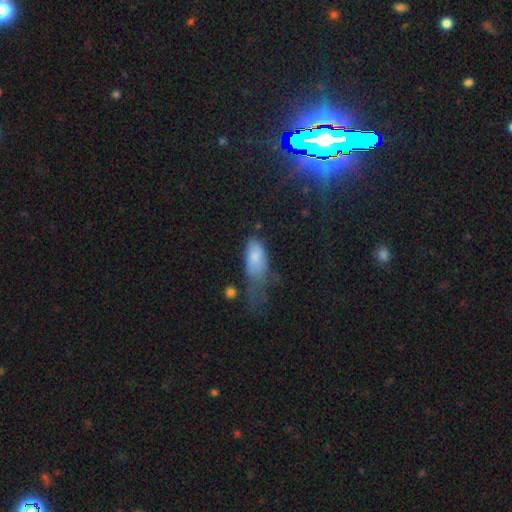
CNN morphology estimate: A smooth galaxy with no disk features (79%) that is in between round and cigar-shaped (88%).

Vote fractions:
- Smooth or featured? smooth: 79% / featured or disk: 13% / star or artifact: 7%
- How rounded? in between: 88% / cigar-shaped: 8% / round: 3%
- Merging? major disturbance: 39% / minor disturbance: 30% / none: 24% / merger: 7%